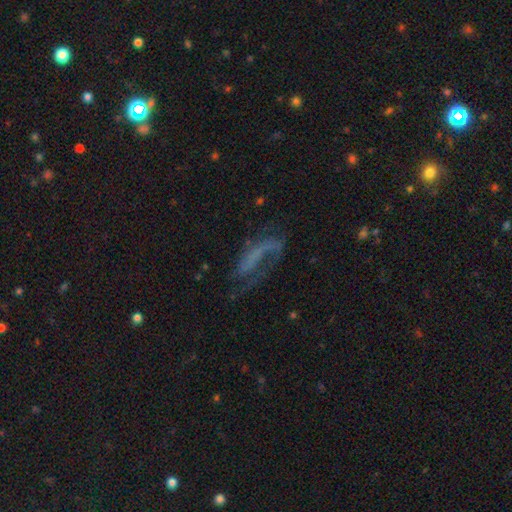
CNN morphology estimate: Smooth or featured? Predicted: featured or disk (p=0.56). Edge-on disk? Predicted: no (p=0.88). Merging? Predicted: none (p=0.39).